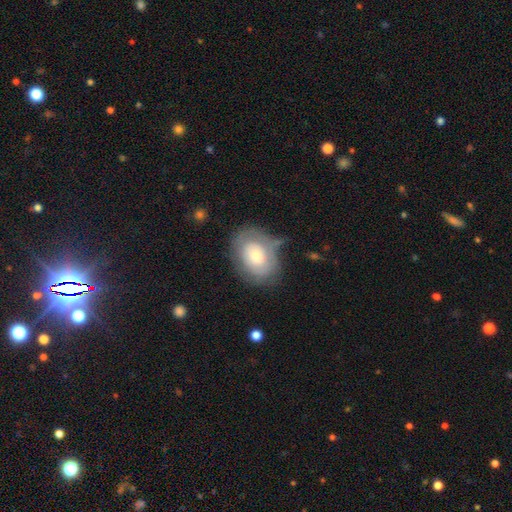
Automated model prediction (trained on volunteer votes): smooth 57%, featured or disk 36%, star or artifact 7%. Down the decision tree: how rounded — in between (70%); merging — none (58%).